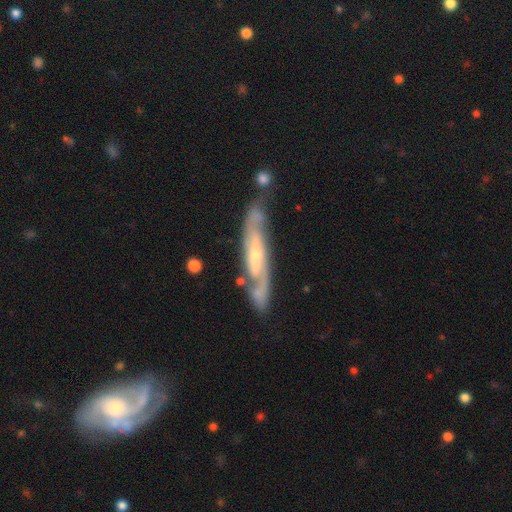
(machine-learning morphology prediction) The model was most divided on "spiral winding": tight: 45%, medium: 41%, loose: 13%. Remaining: spiral arms — yes (93%); smooth or featured — featured or disk (83%); spiral arm count — 2 (73%); edge-on disk — no (72%); merging — none (67%); bulge size — small (62%); bar — no (46%).